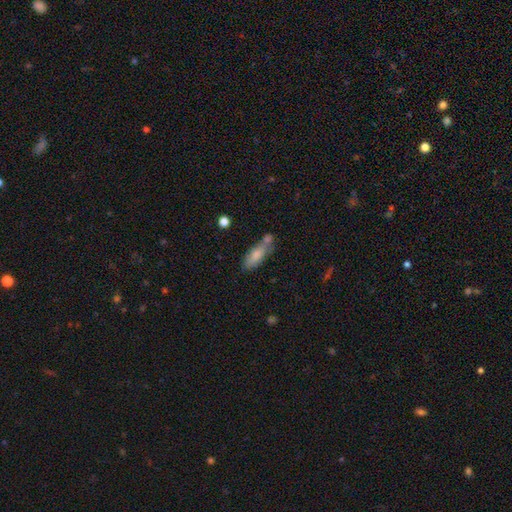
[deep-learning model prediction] The model was most divided on "merging": none: 47%, merger: 27%, minor disturbance: 20%, major disturbance: 6%. More confident: smooth or featured — smooth (76%); how rounded — in between (60%).